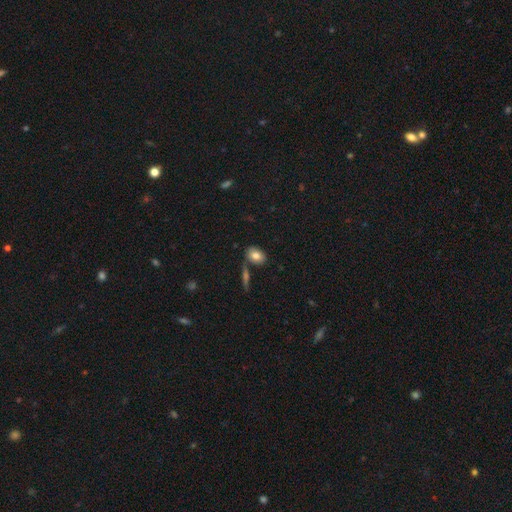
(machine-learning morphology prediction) This is likely a smooth galaxy (79%). How rounded: likely in between (78%). Merging: likely none (71%).